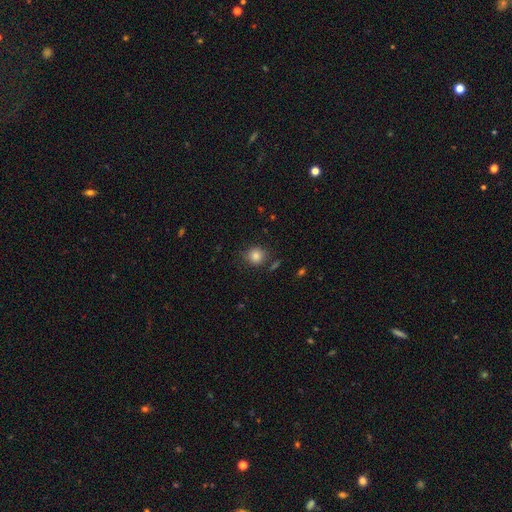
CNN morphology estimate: type=smooth (84%); roundness=round (88%); merging=none (82%).